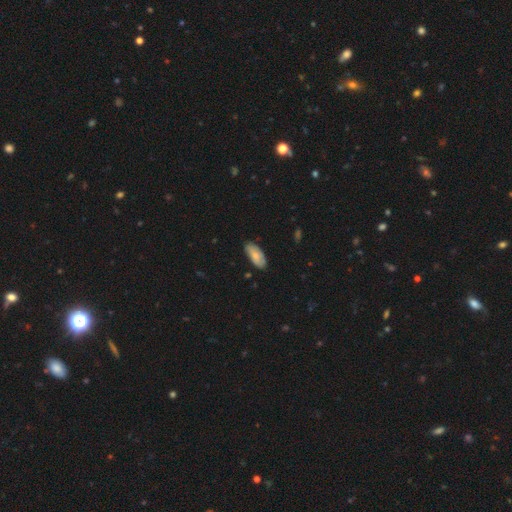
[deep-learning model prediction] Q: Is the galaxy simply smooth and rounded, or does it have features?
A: smooth — 71%.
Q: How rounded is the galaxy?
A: in between — 88%.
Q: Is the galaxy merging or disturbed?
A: none — 78%.